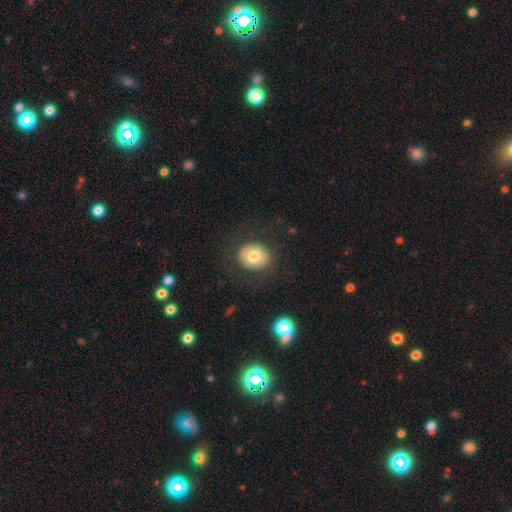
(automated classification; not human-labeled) Smooth or featured: smooth — 75% (featured or disk — 17%)
How rounded: round — 73% (in between — 26%)
Merging: none — 84% (minor disturbance — 9%)